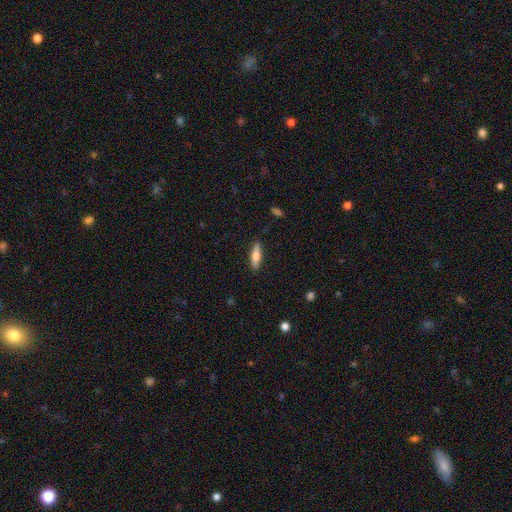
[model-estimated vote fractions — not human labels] Q: Smooth or featured?
A: smooth (64%); runner-up: featured or disk (30%)
Q: How rounded?
A: cigar-shaped (66%); runner-up: in between (32%)
Q: Merging?
A: none (88%); runner-up: minor disturbance (9%)